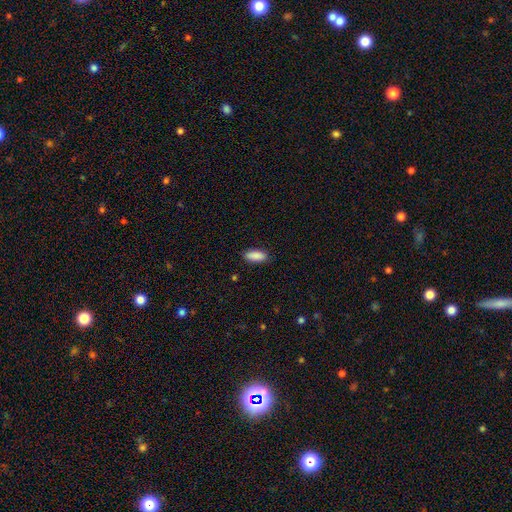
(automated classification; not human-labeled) This appears to be a smooth galaxy with no disk features (90%) that is in between round and cigar-shaped (80%). Merging: none (88%).